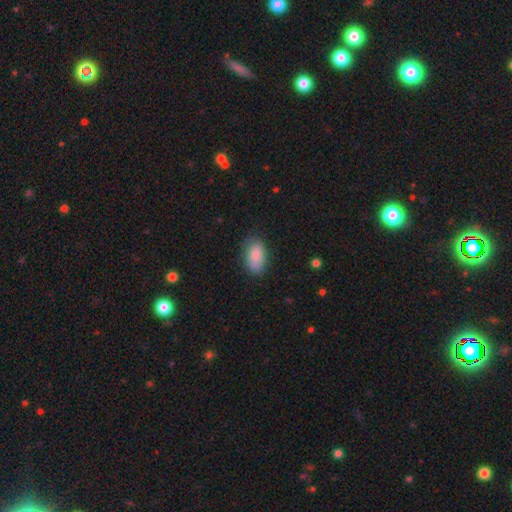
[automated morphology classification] smooth 83%, featured or disk 10%, star or artifact 7%. Down the decision tree: how rounded — in between (92%); merging — none (75%).